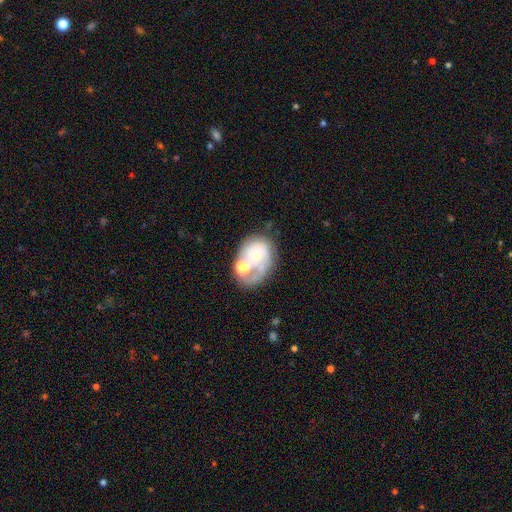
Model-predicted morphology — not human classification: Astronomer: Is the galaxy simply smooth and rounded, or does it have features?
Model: featured or disk — 58%.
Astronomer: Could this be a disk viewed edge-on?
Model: no — 97%.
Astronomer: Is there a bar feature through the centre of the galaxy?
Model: no — 83%.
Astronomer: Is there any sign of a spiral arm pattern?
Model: yes — 52% (runner-up: no, 48%).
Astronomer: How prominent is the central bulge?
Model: small — 51% (runner-up: moderate, 36%).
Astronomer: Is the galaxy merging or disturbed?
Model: none — 34% (runner-up: merger, 28%).